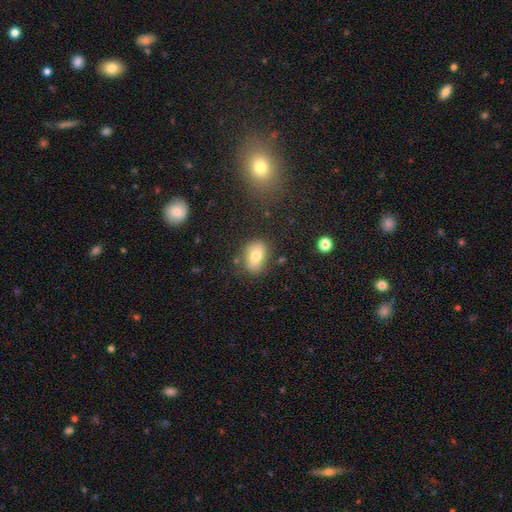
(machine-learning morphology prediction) Overall: smooth (73%). How rounded: in between (79%). Merging: none (76%).